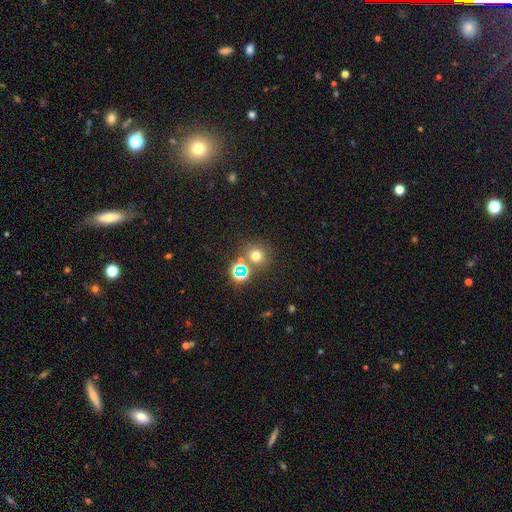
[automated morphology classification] This is likely a smooth galaxy (66%). How rounded: clearly round (88%). Merging: likely none (72%).